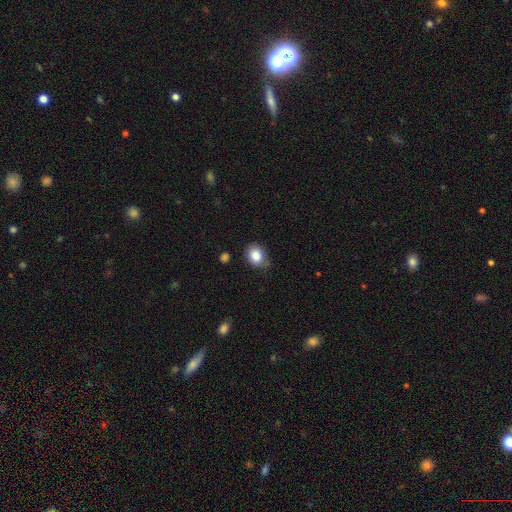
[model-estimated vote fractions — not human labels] smooth 84%, star or artifact 9%, featured or disk 7%. Down the decision tree: how rounded — round (53%); merging — none (69%).